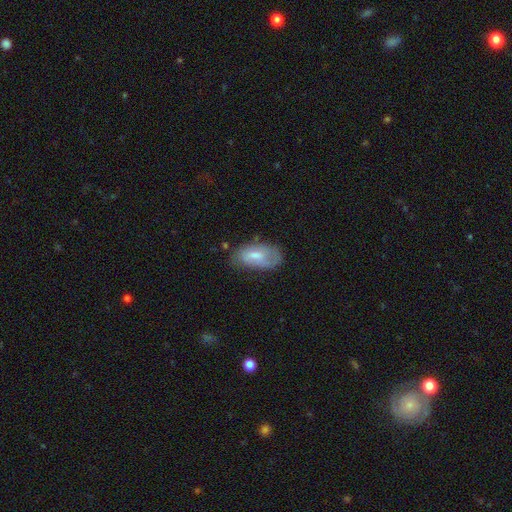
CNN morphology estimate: Smooth or featured? smooth (58%)
How rounded? in between (92%)
Merging? none (56%)